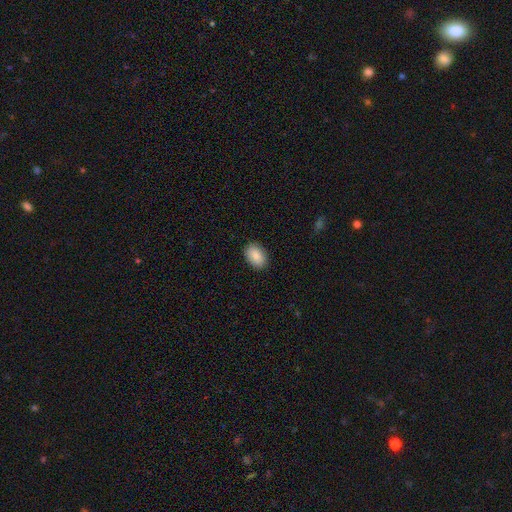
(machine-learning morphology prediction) This appears to be a smooth galaxy with no disk features (89%) that is in between round and cigar-shaped (87%). Merging: none (88%).